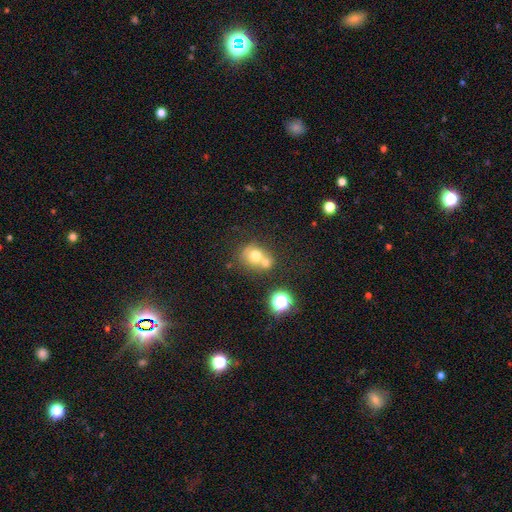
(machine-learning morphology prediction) A smooth galaxy with no disk features (66%) that is round (72%). Merging: merger (53%).